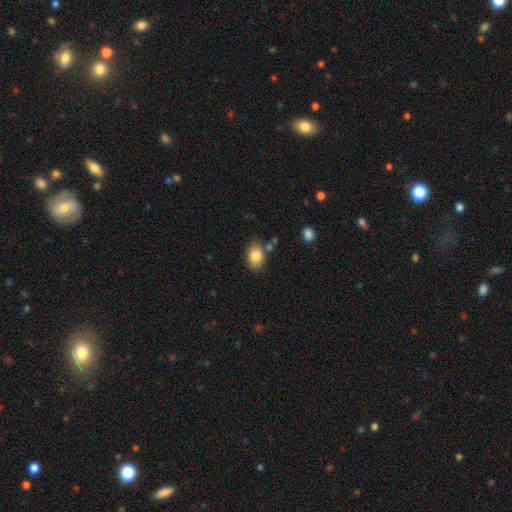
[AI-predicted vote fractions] The model was most divided on "merging": none: 77%, minor disturbance: 14%, merger: 6%, major disturbance: 3%. More confident: smooth or featured — smooth (84%); how rounded — in between (83%).